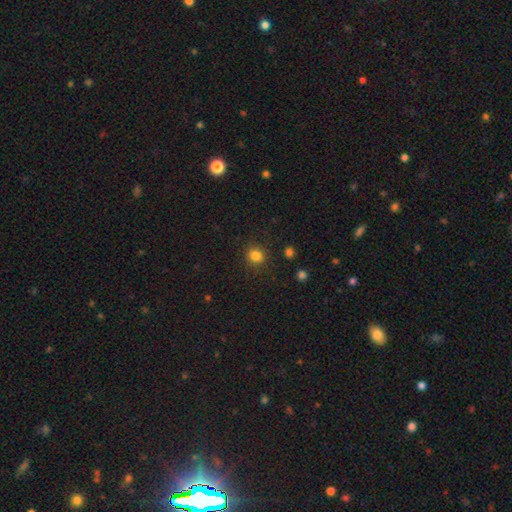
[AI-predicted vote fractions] This appears to be a smooth galaxy with no disk features (83%) that is round (82%). Merging: none (87%).